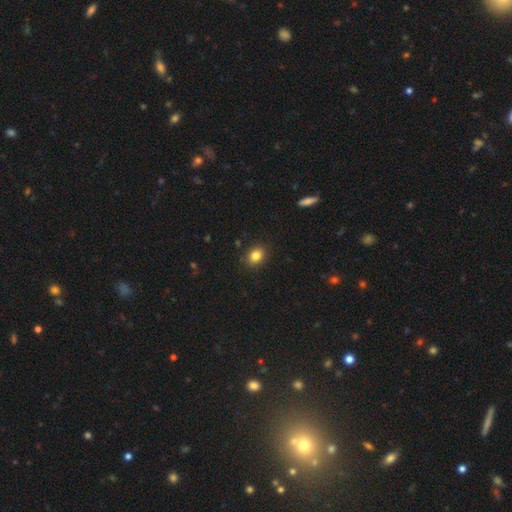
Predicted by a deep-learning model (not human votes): The model was most divided on "how rounded": in between: 57%, round: 42%, cigar-shaped: 1%. More confident: merging — none (88%); smooth or featured — smooth (83%).